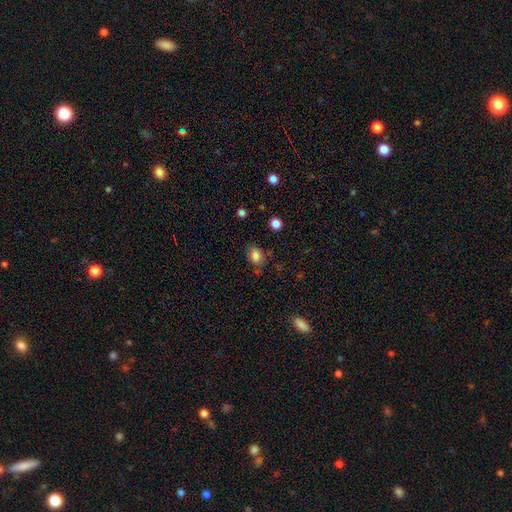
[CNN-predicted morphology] Smooth or featured?
  - smooth: 82% *
  - star or artifact: 10%
  - featured or disk: 8%
How rounded?
  - in between: 67% *
  - round: 32%
  - cigar-shaped: 1%
Merging?
  - none: 70% *
  - minor disturbance: 20%
  - major disturbance: 6%
  - merger: 4%